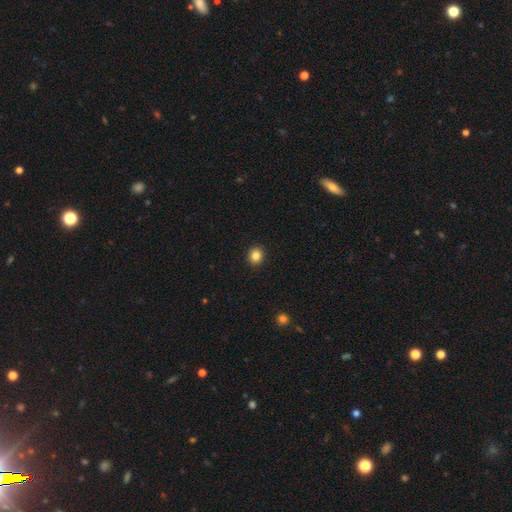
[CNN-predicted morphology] Smooth or featured? Predicted: smooth (p=0.85). How rounded? Predicted: round (p=0.81). Merging? Predicted: none (p=0.92).